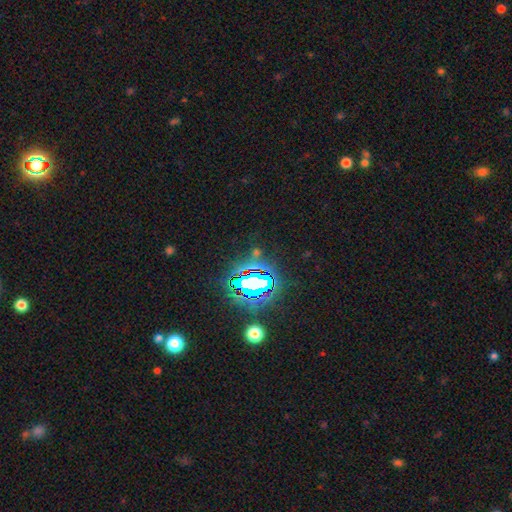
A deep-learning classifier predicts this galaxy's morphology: This is likely a star or artifact rather than a galaxy (75%).